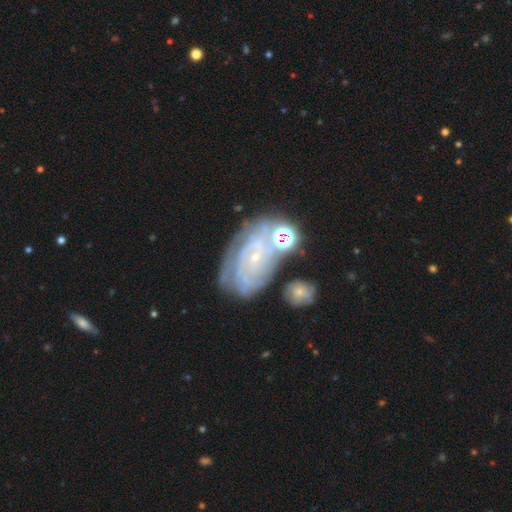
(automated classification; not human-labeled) The model was most divided on "spiral arm count": can't tell: 39%, 2: 16%, 3: 16%, 4: 13%, more than 4: 9%, 1: 6%. More confident: edge-on disk — no (96%); spiral arms — yes (92%); bulge size — small (85%); smooth or featured — featured or disk (80%); spiral winding — tight (74%); bar — no (71%); merging — none (56%).